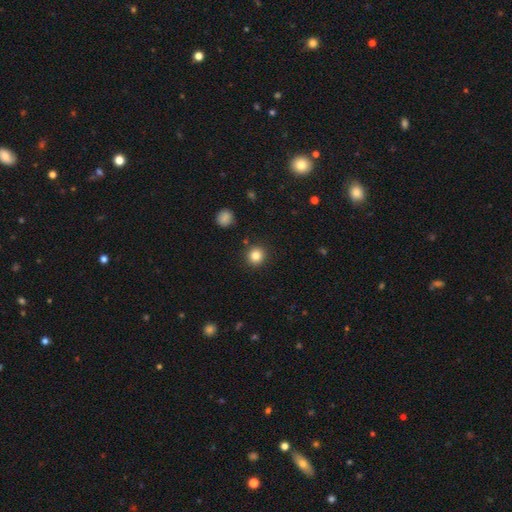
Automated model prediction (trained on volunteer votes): Smooth or featured? Predicted: smooth (p=0.83). How rounded? Predicted: round (p=0.93). Merging? Predicted: none (p=0.90).